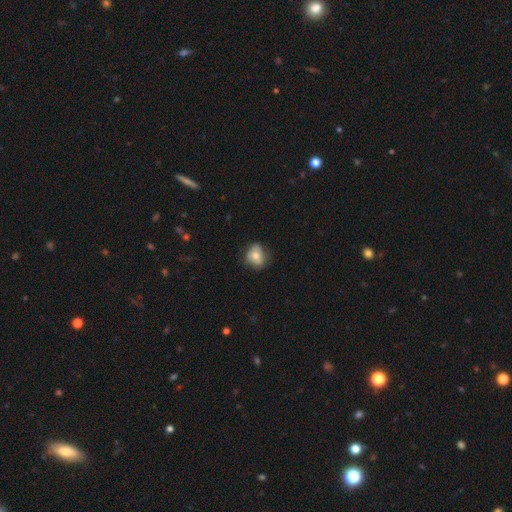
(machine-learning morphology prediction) Smooth or featured? Predicted: smooth (p=0.64). How rounded? Predicted: round (p=0.58). Merging? Predicted: none (p=0.65).